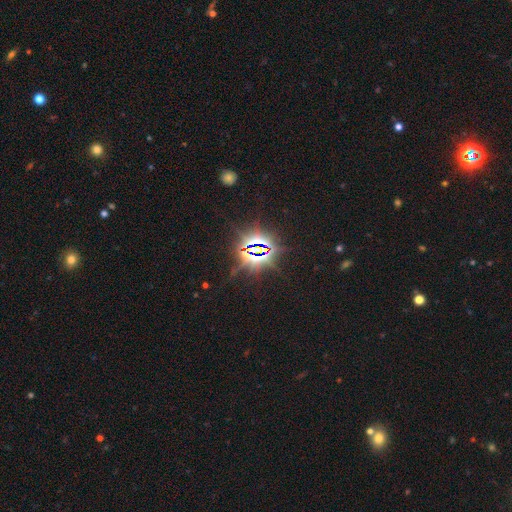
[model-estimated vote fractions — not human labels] Morphology: type=star or artifact (85%).